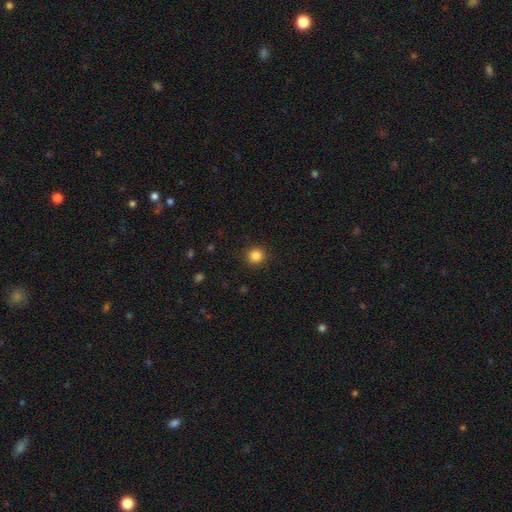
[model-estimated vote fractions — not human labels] Overall: smooth (85%). How rounded: round (93%). Merging: none (92%).